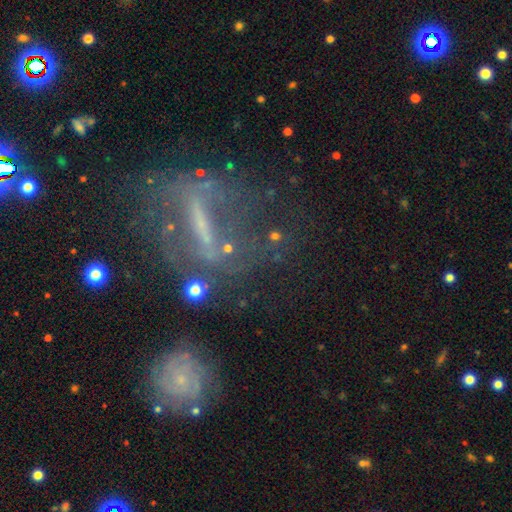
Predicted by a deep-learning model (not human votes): This is possibly a featured or disk galaxy (56%). It is likely not viewed edge-on (70%). Merging: possibly none (52%).